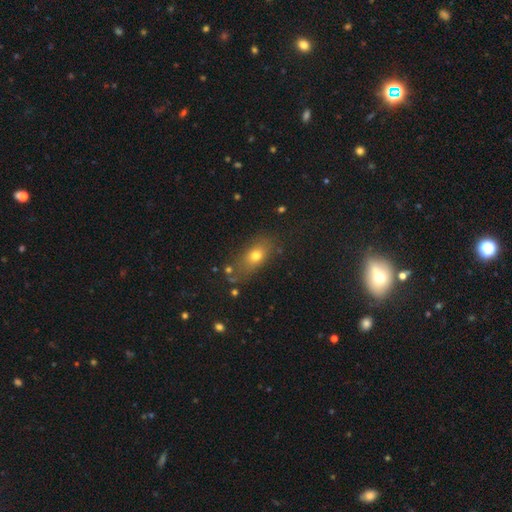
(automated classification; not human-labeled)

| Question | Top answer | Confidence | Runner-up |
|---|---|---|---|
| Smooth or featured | smooth | 71% | featured or disk (15%) |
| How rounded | in between | 71% | round (19%) |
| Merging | none | 71% | minor disturbance (17%) |